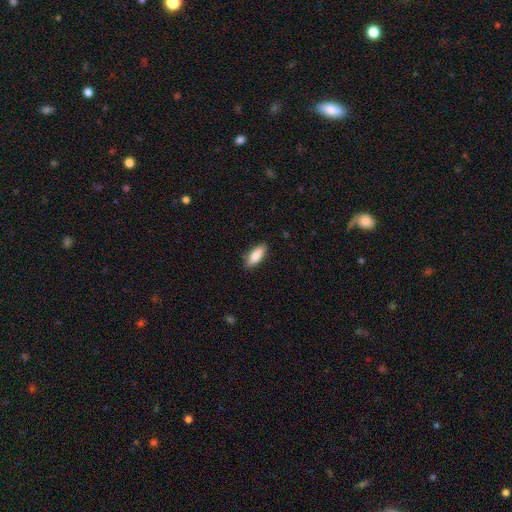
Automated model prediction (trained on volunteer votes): smooth-or-featured: smooth: 84% | featured or disk: 10% | star or artifact: 6%
  how-rounded: in between: 75% | cigar-shaped: 23% | round: 2%
  merging: none: 83% | minor disturbance: 13% | major disturbance: 2% | merger: 1%